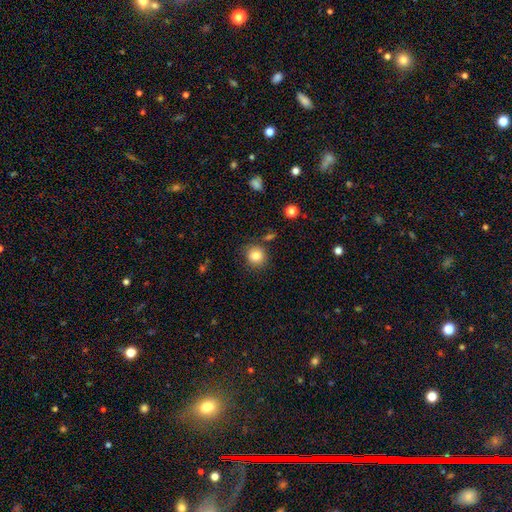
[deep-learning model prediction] smooth-or-featured: smooth: 83% | star or artifact: 10% | featured or disk: 6%
  how-rounded: round: 88% | in between: 11% | cigar-shaped: 1%
  merging: none: 82% | minor disturbance: 11% | merger: 4% | major disturbance: 3%